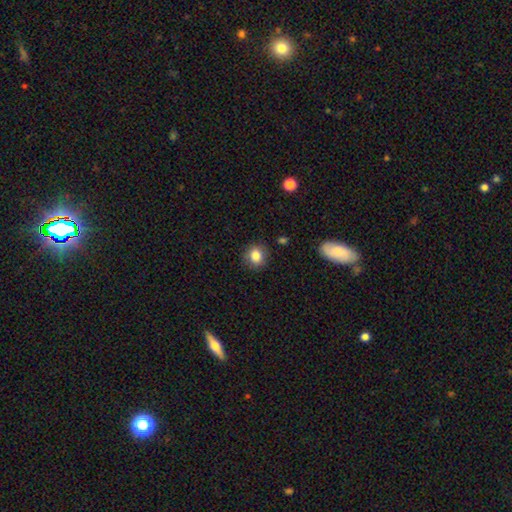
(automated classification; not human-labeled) smooth_or_featured: smooth (p=0.83) [alt: star or artifact p=0.10]
how_rounded: round (p=0.76) [alt: in between p=0.23]
merging: none (p=0.85) [alt: minor disturbance p=0.11]